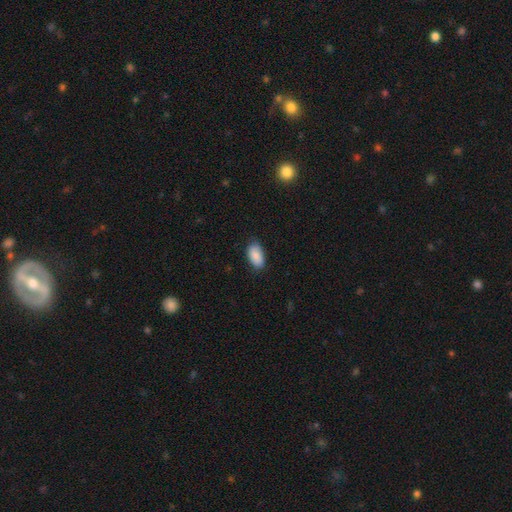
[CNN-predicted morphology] Q: Smooth or featured?
A: smooth (89%); runner-up: star or artifact (6%)
Q: How rounded?
A: in between (94%); runner-up: round (3%)
Q: Merging?
A: none (81%); runner-up: minor disturbance (16%)